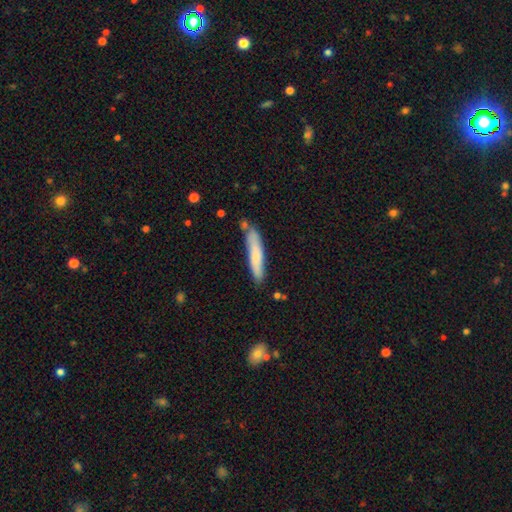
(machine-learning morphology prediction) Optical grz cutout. It shows a smooth galaxy with no disk features (69%) that is cigar-shaped (89%). Merging: none (74%).